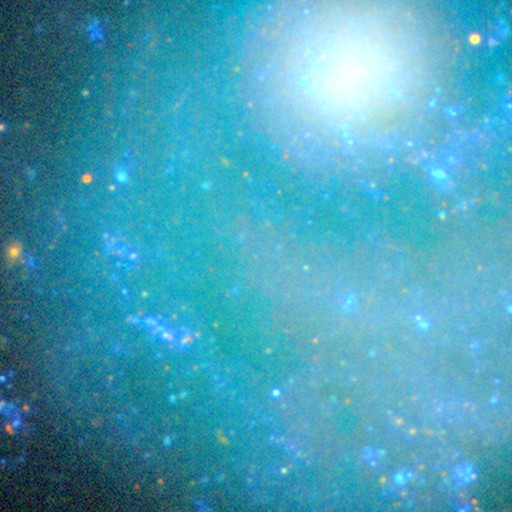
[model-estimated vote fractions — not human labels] Smooth or featured?
  - star or artifact: 55% *
  - featured or disk: 30%
  - smooth: 15%